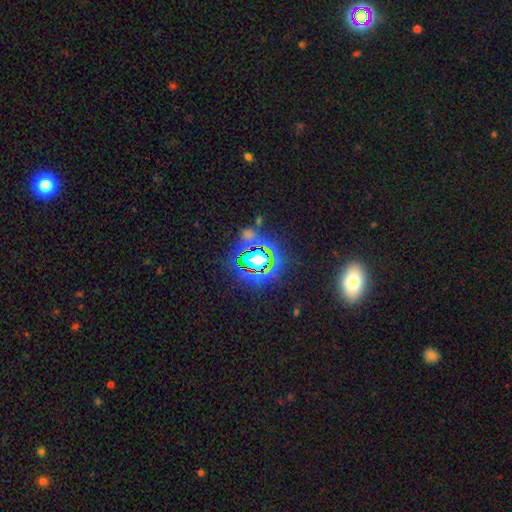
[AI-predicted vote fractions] This appears to be a star or artifact, not a galaxy (72%).